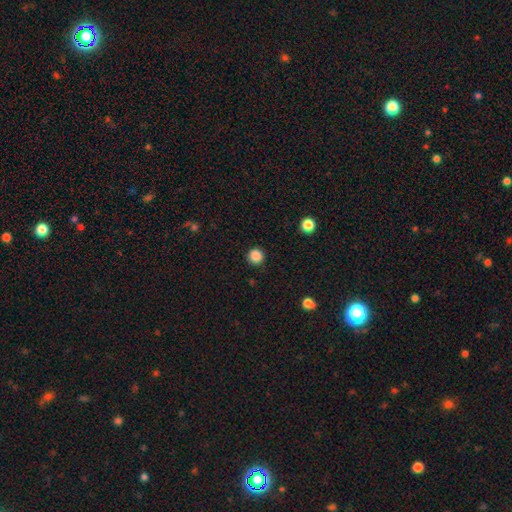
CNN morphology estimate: A smooth galaxy with no disk features (86%) that is round (95%). Merging: none (92%).